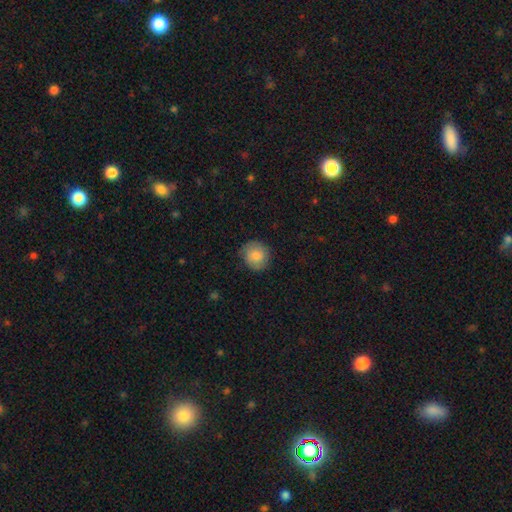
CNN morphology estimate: Smooth or featured?
  - smooth: 82% *
  - featured or disk: 11%
  - star or artifact: 7%
How rounded?
  - round: 90% *
  - in between: 9%
  - cigar-shaped: 1%
Merging?
  - none: 83% *
  - minor disturbance: 13%
  - major disturbance: 3%
  - merger: 1%